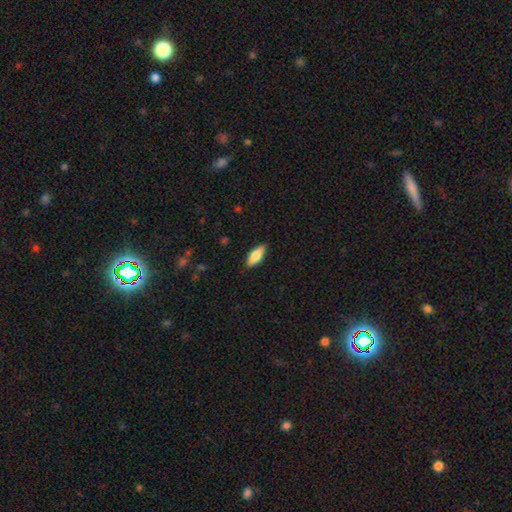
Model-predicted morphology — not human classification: Smooth or featured? Predicted: smooth (p=0.69). How rounded? Predicted: in between (p=0.73). Merging? Predicted: none (p=0.86).